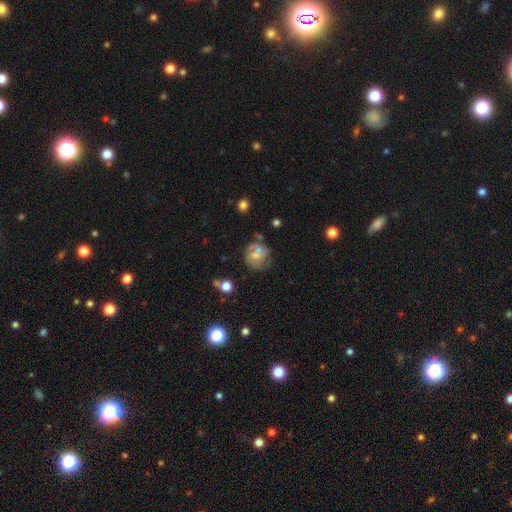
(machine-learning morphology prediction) This is marginally a smooth galaxy (45%). Merging: possibly none (49%).